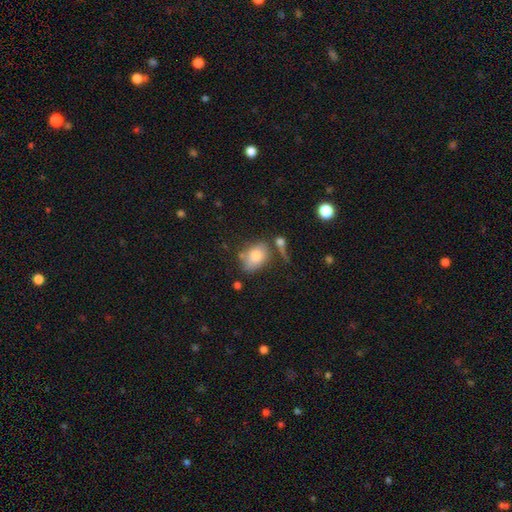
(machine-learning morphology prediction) Smooth or featured: smooth — 79% (featured or disk — 13%)
How rounded: in between — 83% (round — 16%)
Merging: none — 57% (minor disturbance — 21%)